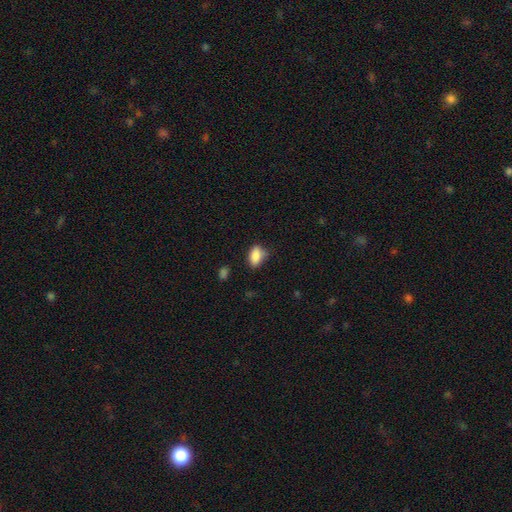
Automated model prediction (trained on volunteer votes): Overall: smooth (86%). How rounded: in between (86%). Merging: none (62%; minor disturbance 30%).